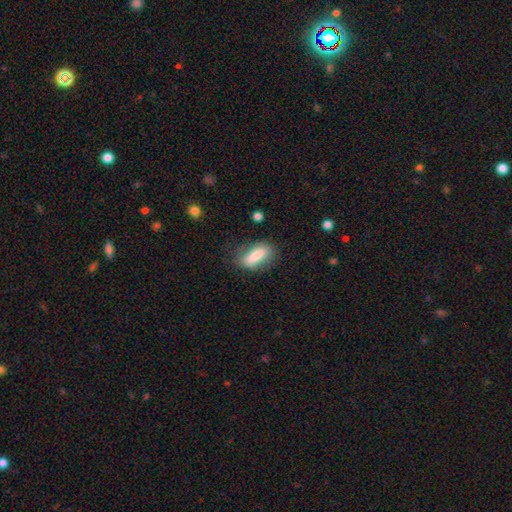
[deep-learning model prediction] smooth-or-featured: smooth: 79% | featured or disk: 14% | star or artifact: 7%
  how-rounded: in between: 76% | cigar-shaped: 20% | round: 4%
  merging: none: 70% | minor disturbance: 21% | major disturbance: 7% | merger: 2%